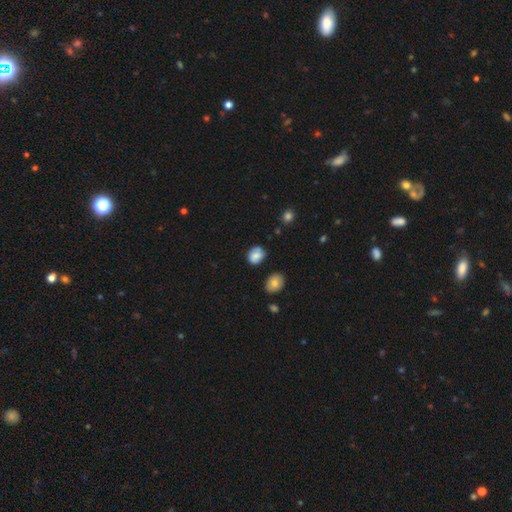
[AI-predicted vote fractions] This appears to be a smooth galaxy with no disk features (73%) that is round (57%). Merging: none (71%).